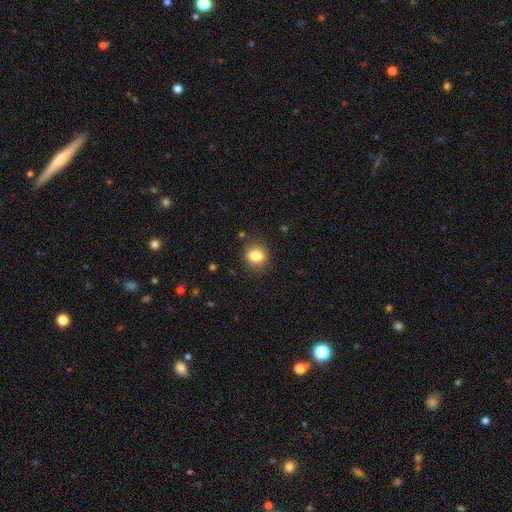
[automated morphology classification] Q: Smooth or featured?
A: smooth (82%); runner-up: star or artifact (9%)
Q: How rounded?
A: in between (53%); runner-up: round (45%)
Q: Merging?
A: none (85%); runner-up: minor disturbance (11%)